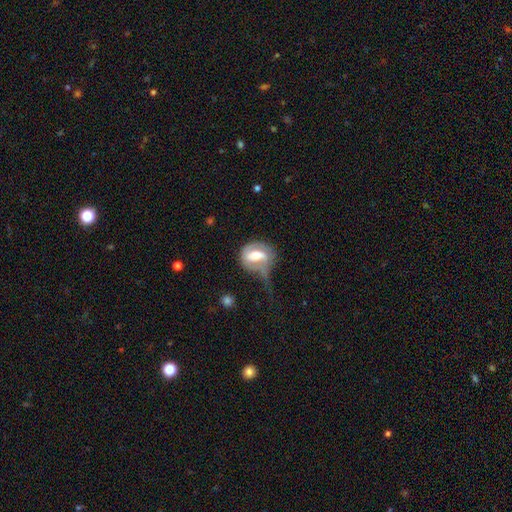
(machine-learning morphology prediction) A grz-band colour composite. It shows a featured or disk galaxy (64%) with a weak bar (42%), spiral arms (72%) and a moderate central bulge (61%). Merging: major disturbance (43%).